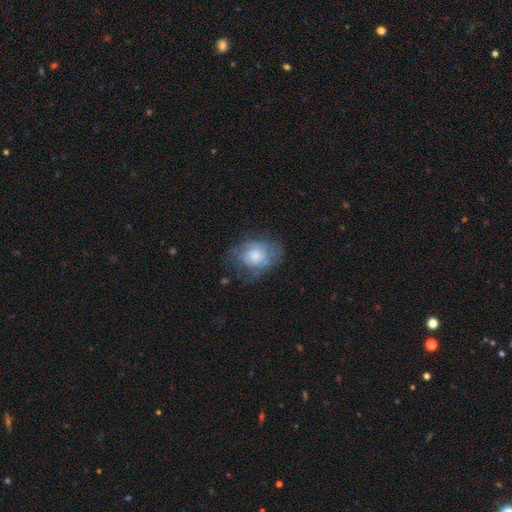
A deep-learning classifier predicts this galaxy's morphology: Smooth or featured? Predicted: smooth (p=0.53). How rounded? Predicted: in between (p=0.50). Merging? Predicted: none (p=0.56).